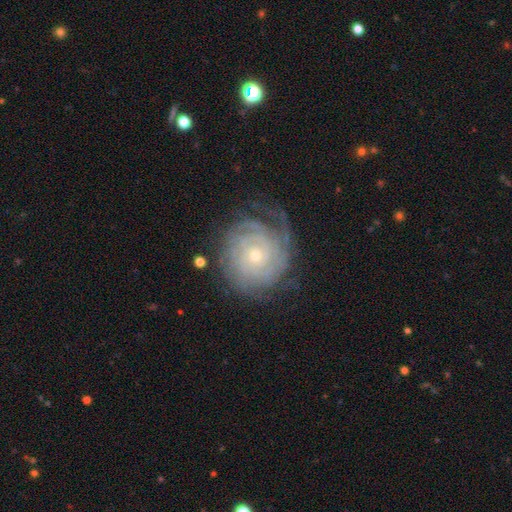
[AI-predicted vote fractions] smooth-or-featured: featured or disk: 84% | smooth: 10% | star or artifact: 7%
  disk-edge-on: no: 97% | yes: 3%
    bar: no: 80% | weak: 16% | strong: 4%
    has-spiral-arms: yes: 95% | no: 5%
      spiral-winding: tight: 83% | medium: 14% | loose: 4%
      spiral-arm-count: can't tell: 37% | 4: 17% | 3: 15% | 2: 13% | more than 4: 11% | 1: 7%
    bulge-size: small: 73% | moderate: 24% | large: 1% | none: 1% | dominant: 1%
  merging: none: 70% | minor disturbance: 18% | major disturbance: 10% | merger: 2%